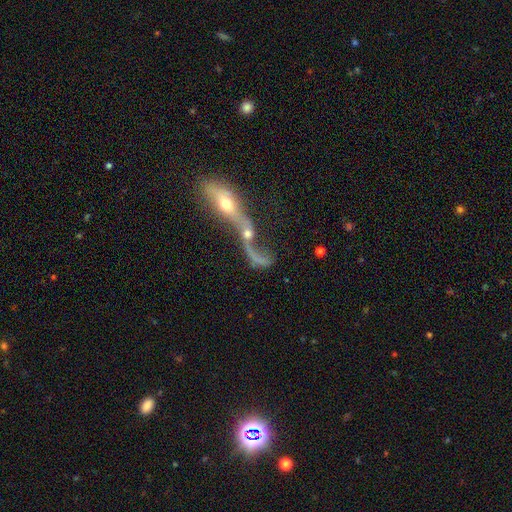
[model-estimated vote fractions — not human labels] The model was most divided on "smooth or featured": featured or disk: 60%, smooth: 28%, star or artifact: 12%. More confident: edge-on disk — no (75%); merging — merger (73%).